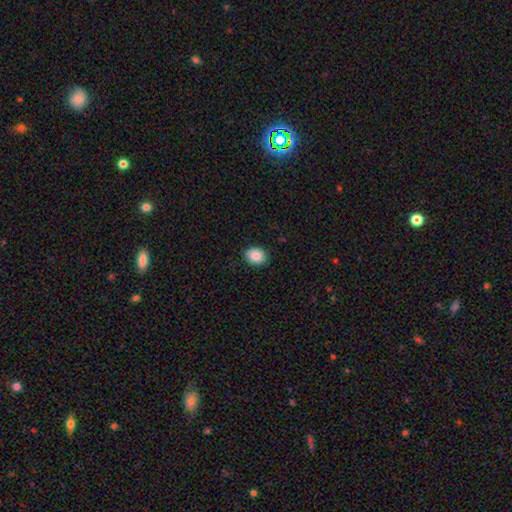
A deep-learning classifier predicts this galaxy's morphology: Overall: smooth (87%). How rounded: round (51%; in between 48%). Merging: none (89%).